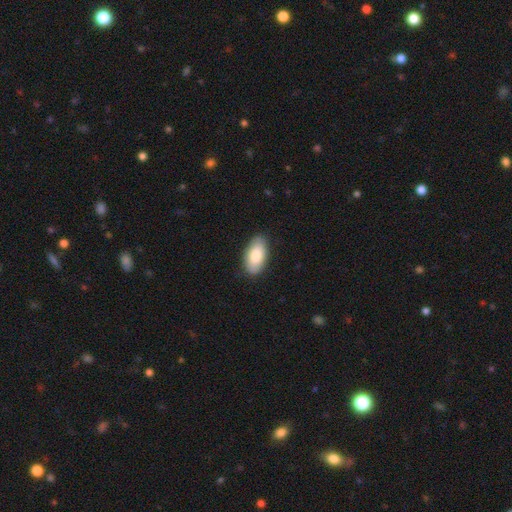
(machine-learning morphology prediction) Smooth or featured? Predicted: smooth (p=0.83). How rounded? Predicted: in between (p=0.94). Merging? Predicted: none (p=0.86).